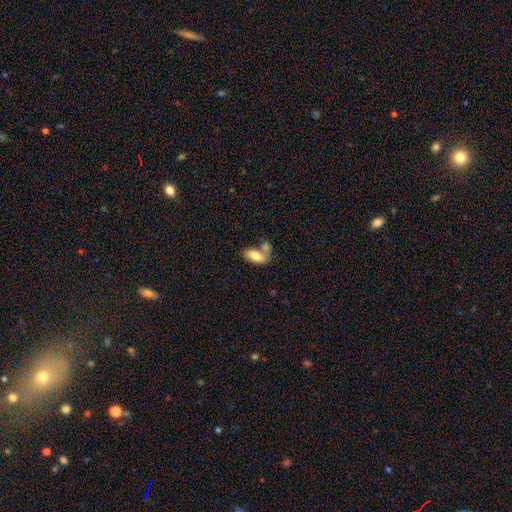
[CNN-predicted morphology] Smooth or featured? smooth (74%)
How rounded? in between (90%)
Merging? merger (47%)